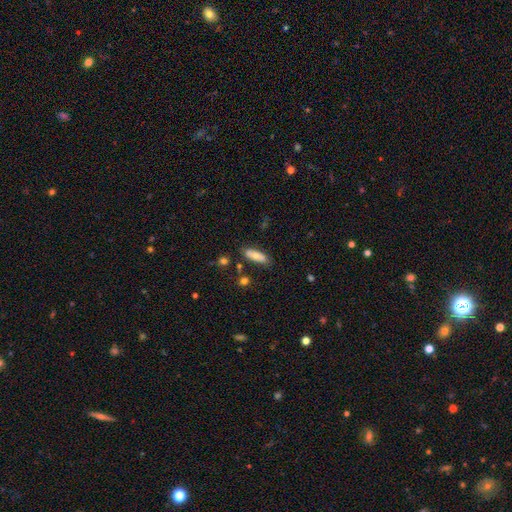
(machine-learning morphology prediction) This is likely a smooth galaxy (75%). How rounded: likely in between (62%). Merging: likely none (77%).